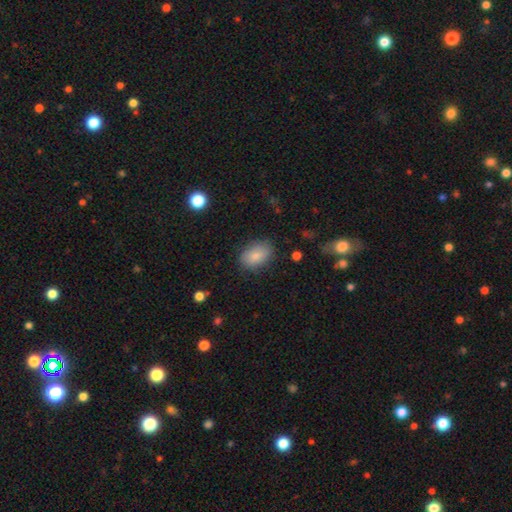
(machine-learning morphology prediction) smooth-or-featured: smooth: 84% | featured or disk: 8% | star or artifact: 8%
  how-rounded: in between: 86% | round: 13% | cigar-shaped: 1%
  merging: none: 80% | minor disturbance: 15% | major disturbance: 4% | merger: 1%